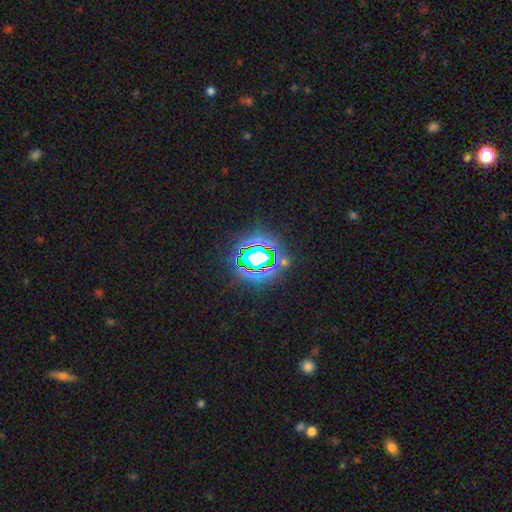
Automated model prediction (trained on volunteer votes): Smooth or featured? star or artifact (72%)